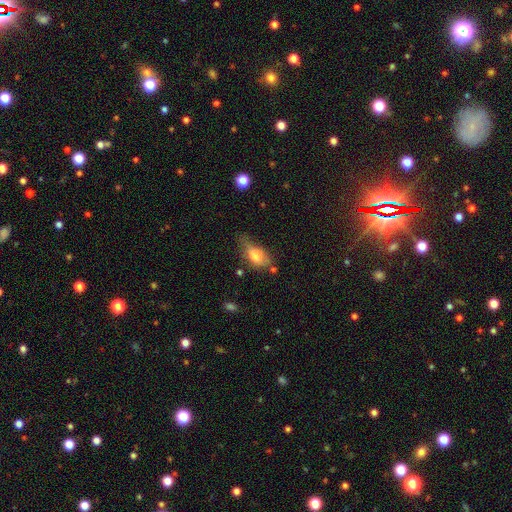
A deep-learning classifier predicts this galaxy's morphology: smooth_or_featured: smooth (p=0.74) [alt: featured or disk p=0.17]
how_rounded: in between (p=0.86) [alt: cigar-shaped p=0.07]
merging: minor disturbance (p=0.39) [alt: none p=0.33]